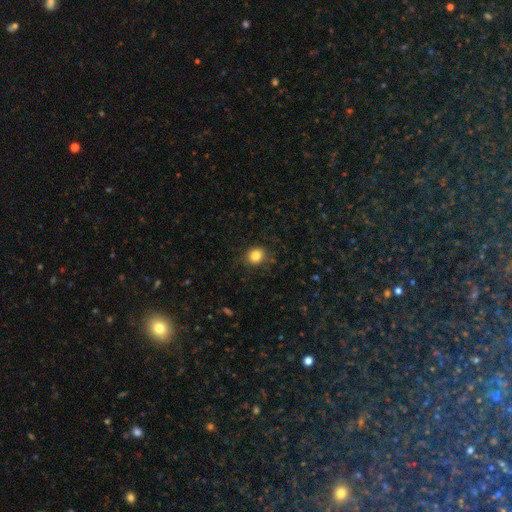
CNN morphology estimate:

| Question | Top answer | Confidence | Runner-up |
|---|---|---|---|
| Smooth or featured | smooth | 82% | star or artifact (11%) |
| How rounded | round | 75% | in between (24%) |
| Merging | none | 82% | minor disturbance (12%) |